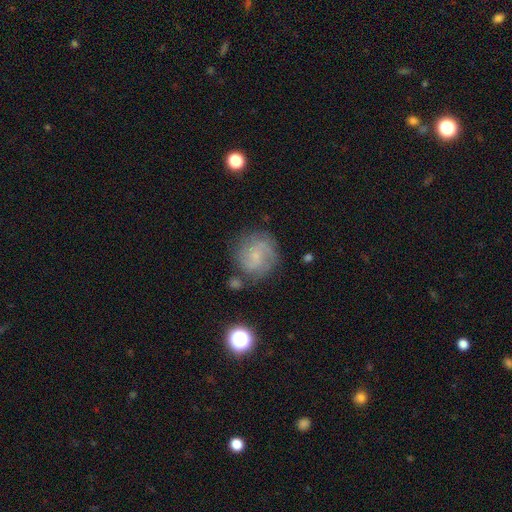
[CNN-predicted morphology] This is likely a featured or disk galaxy (62%). It is clearly not viewed edge-on (98%). Bar: likely no (62%). Spiral arm pattern: clearly yes (88%). Spiral arm count: marginally 2 (39%). Spiral winding: marginally medium (42%, tied with tight). Central bulge: likely small (74%). Merging: likely none (68%).